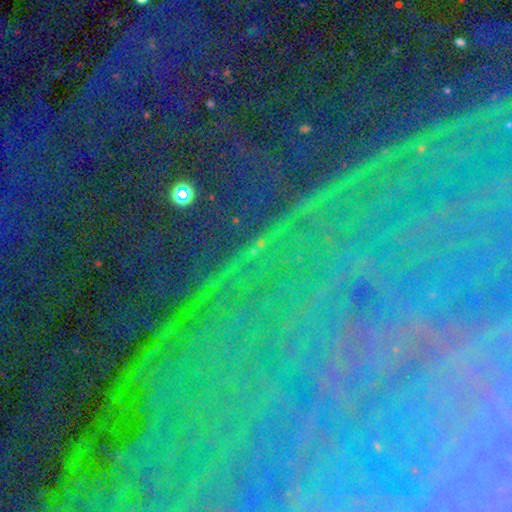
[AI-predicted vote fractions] Morphology: type=star or artifact (80%).